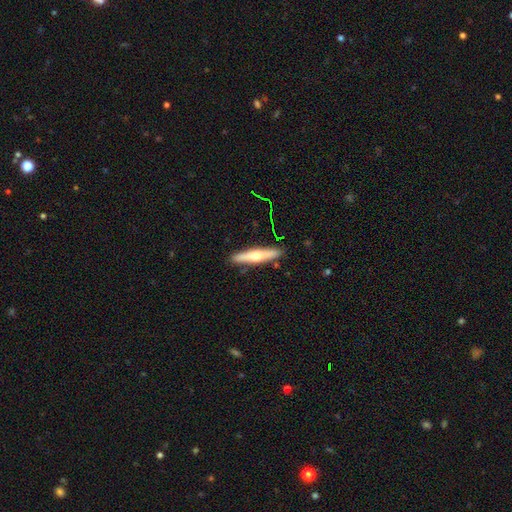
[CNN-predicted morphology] This appears to be a smooth galaxy with no disk features (51%) that is cigar-shaped (90%). Merging: none (87%).